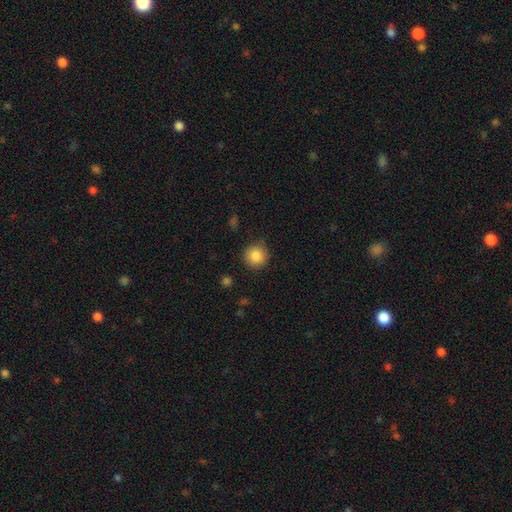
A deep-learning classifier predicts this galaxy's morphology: Q: Smooth or featured?
A: smooth (86%); runner-up: star or artifact (9%)
Q: How rounded?
A: round (94%); runner-up: in between (5%)
Q: Merging?
A: none (88%); runner-up: minor disturbance (8%)